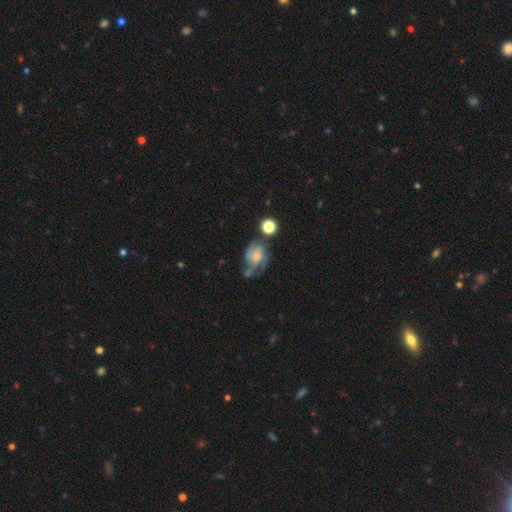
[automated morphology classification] A featured or disk galaxy (57%) with no bar (75%), spiral arms (77%) and a small central bulge (39%). Merging: major disturbance (32%).